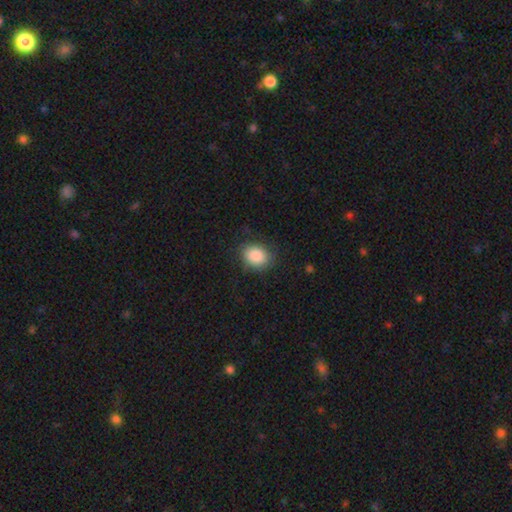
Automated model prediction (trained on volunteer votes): smooth_or_featured: smooth (p=0.87) [alt: star or artifact p=0.08]
how_rounded: in between (p=0.50) [alt: round p=0.49]
merging: none (p=0.81) [alt: minor disturbance p=0.13]